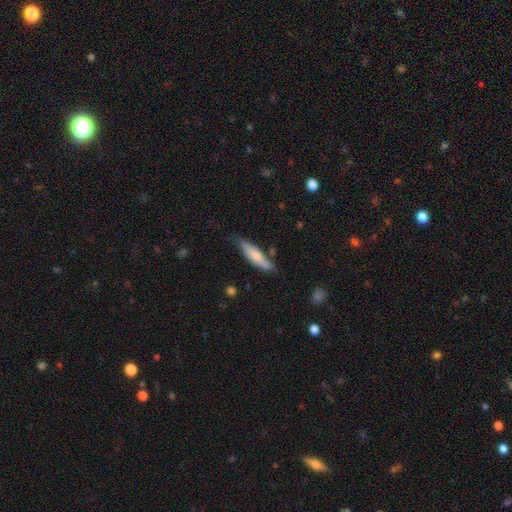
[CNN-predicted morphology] The model was most divided on "smooth or featured": smooth: 65%, featured or disk: 29%, star or artifact: 6%. More confident: how rounded — cigar-shaped (70%); merging — none (69%).